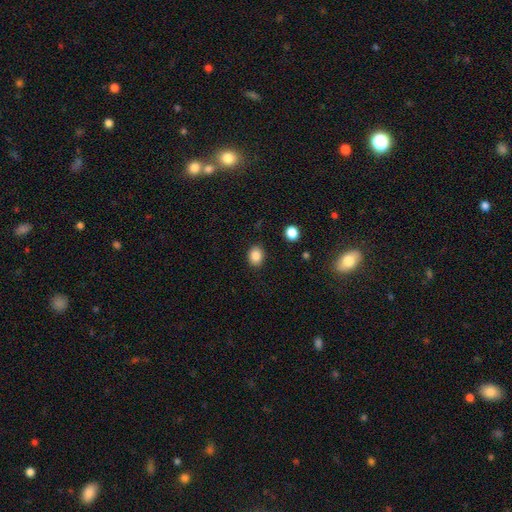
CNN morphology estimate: Smooth or featured: smooth — 86% (star or artifact — 10%)
How rounded: round — 50% (in between — 49%)
Merging: none — 88% (minor disturbance — 8%)